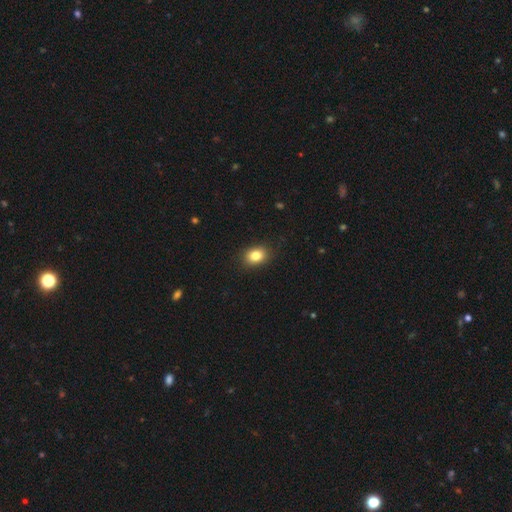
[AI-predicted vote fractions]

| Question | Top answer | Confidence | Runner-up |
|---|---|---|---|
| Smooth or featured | smooth | 83% | star or artifact (10%) |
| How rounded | in between | 61% | round (38%) |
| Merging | none | 86% | minor disturbance (10%) |